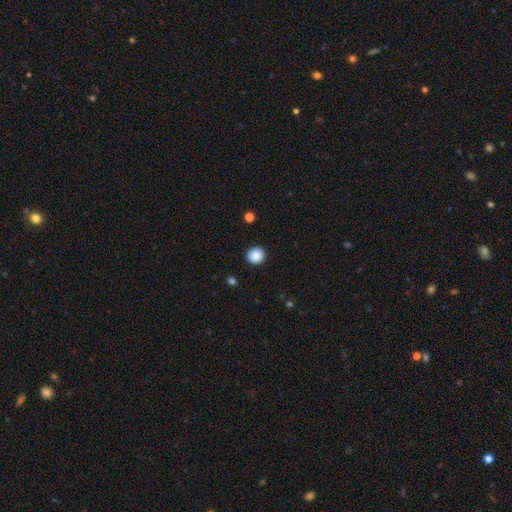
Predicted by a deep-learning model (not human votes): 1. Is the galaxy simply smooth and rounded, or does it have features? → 88% smooth, 9% star or artifact, 3% featured or disk.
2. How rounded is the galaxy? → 92% round, 7% in between, 1% cigar-shaped.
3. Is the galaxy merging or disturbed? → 92% none, 5% minor disturbance, 2% major disturbance, 1% merger.